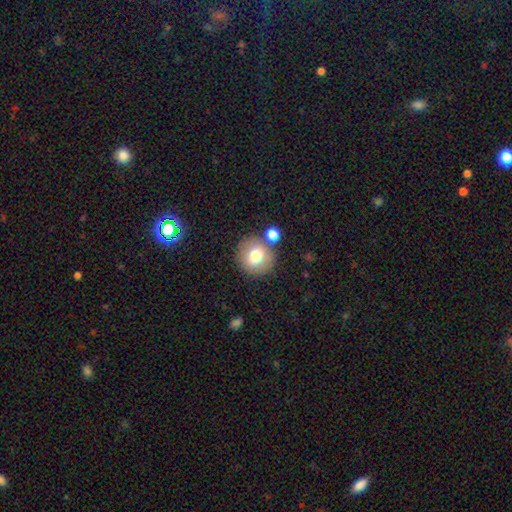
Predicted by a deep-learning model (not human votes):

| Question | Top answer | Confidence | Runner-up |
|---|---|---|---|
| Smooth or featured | smooth | 74% | featured or disk (16%) |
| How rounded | round | 89% | in between (10%) |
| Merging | none | 76% | merger (10%) |